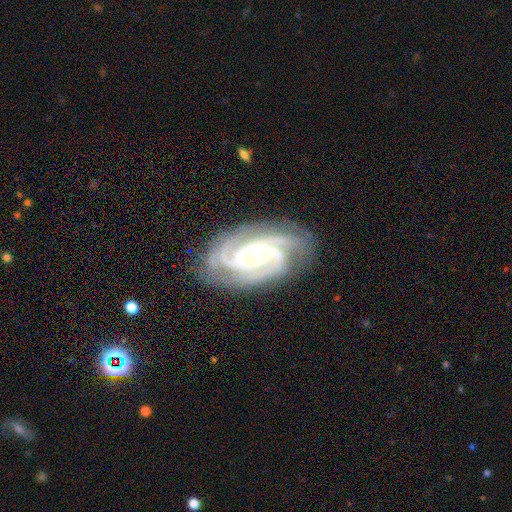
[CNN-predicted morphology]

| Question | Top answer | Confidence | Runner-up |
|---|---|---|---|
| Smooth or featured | featured or disk | 93% | star or artifact (4%) |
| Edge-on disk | no | 97% | yes (3%) |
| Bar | no | 45% | weak (35%) |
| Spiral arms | yes | 99% | no (1%) |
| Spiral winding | tight | 67% | medium (30%) |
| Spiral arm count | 3 | 55% | 4 (20%) |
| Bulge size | moderate | 60% | small (35%) |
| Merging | none | 81% | minor disturbance (14%) |